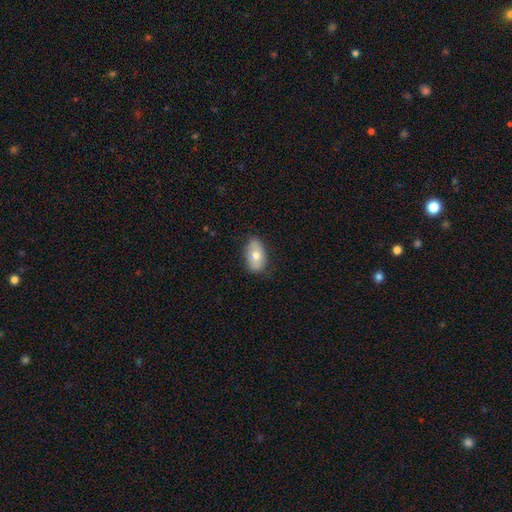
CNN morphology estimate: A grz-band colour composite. It shows a smooth galaxy with no disk features (70%) that is in between round and cigar-shaped (90%). Merging: none (76%).